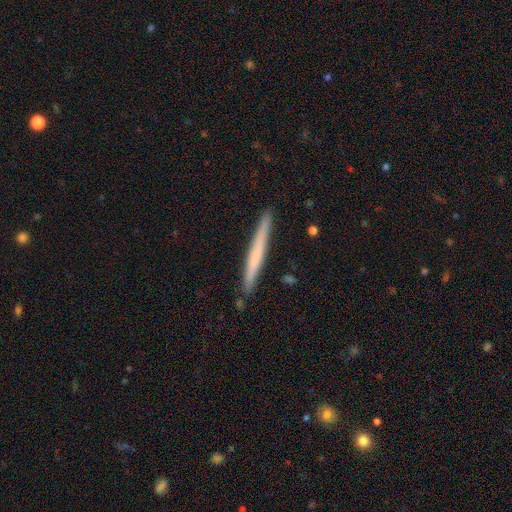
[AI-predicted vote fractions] smooth_or_featured: smooth (p=0.57) [alt: featured or disk p=0.38]
how_rounded: cigar-shaped (p=0.97) [alt: in between p=0.02]
merging: none (p=0.90) [alt: minor disturbance p=0.08]